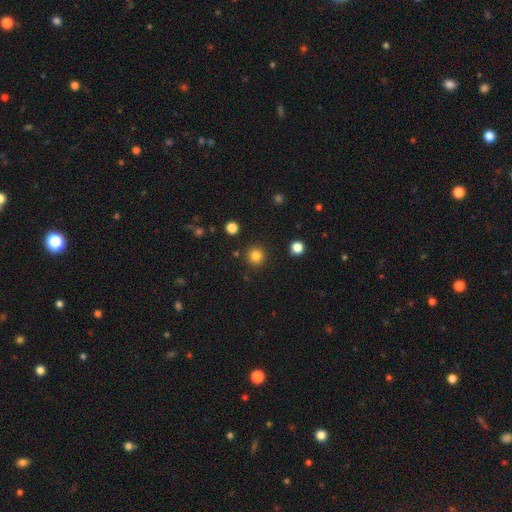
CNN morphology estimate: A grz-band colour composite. It shows a smooth galaxy with no disk features (83%) that is round (95%). Merging: none (91%).